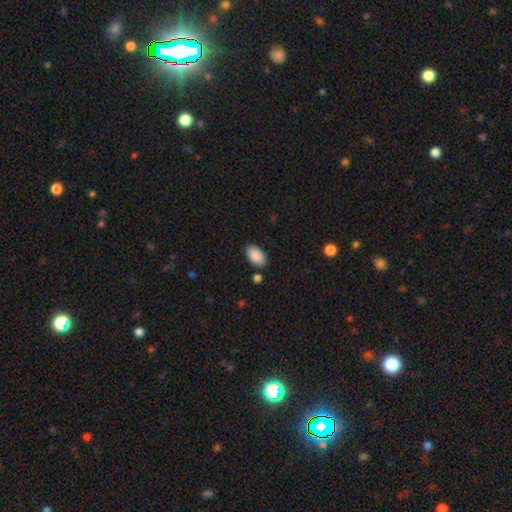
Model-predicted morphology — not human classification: This is clearly a smooth galaxy (89%). How rounded: clearly in between (95%). Merging: clearly none (85%).